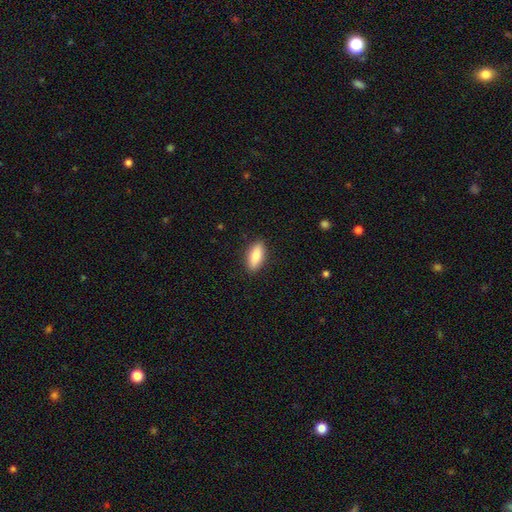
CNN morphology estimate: smooth-or-featured: smooth: 82% | featured or disk: 12% | star or artifact: 6%
  how-rounded: in between: 81% | cigar-shaped: 17% | round: 2%
  merging: none: 89% | minor disturbance: 8% | major disturbance: 2% | merger: 1%